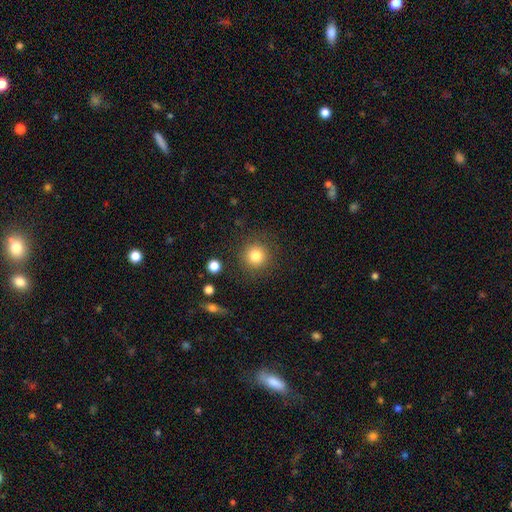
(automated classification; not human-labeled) Morphology: type=smooth (82%); roundness=round (94%); merging=none (88%).